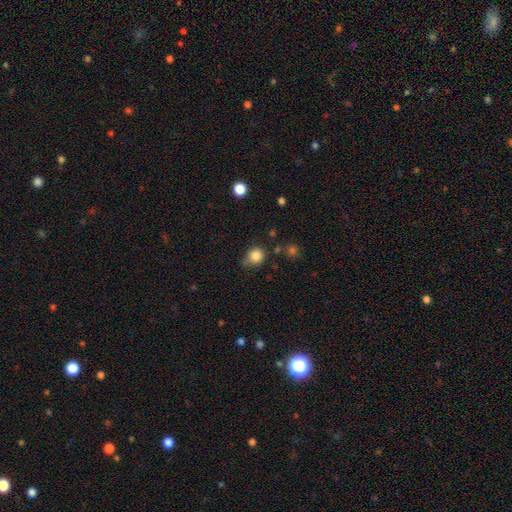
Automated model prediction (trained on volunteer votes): Morphology: type=smooth (84%); roundness=round (78%); merging=none (62%).